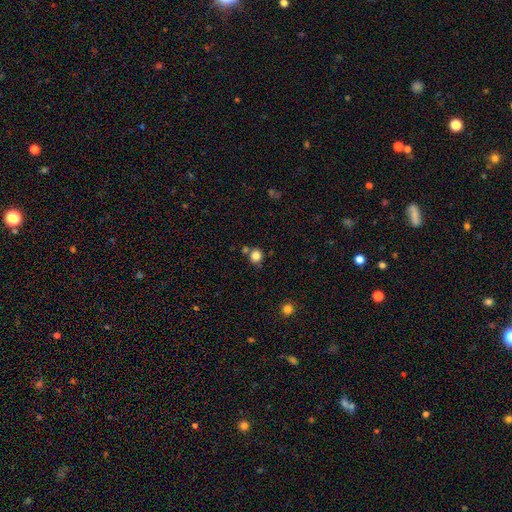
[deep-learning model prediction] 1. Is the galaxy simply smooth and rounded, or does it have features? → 83% smooth, 12% star or artifact, 5% featured or disk.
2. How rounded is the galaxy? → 85% round, 14% in between, 1% cigar-shaped.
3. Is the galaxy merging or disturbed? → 71% none, 13% merger, 12% minor disturbance, 3% major disturbance.